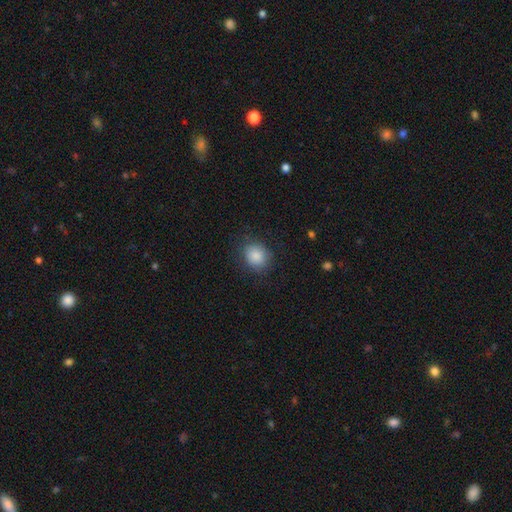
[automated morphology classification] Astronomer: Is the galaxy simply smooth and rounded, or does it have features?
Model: smooth — 87%.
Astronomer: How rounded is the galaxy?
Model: round — 67%.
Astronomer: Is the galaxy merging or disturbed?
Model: none — 82%.